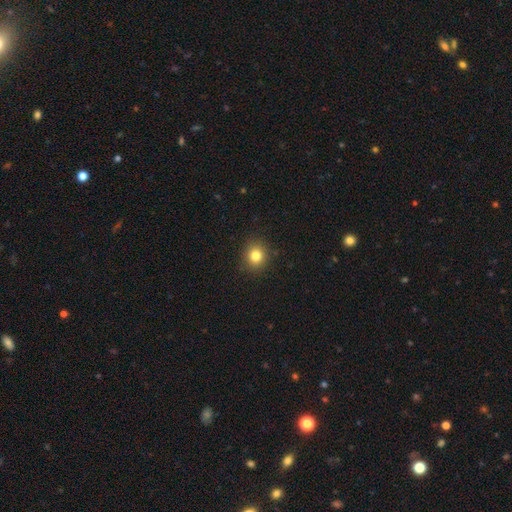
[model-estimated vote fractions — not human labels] Smooth or featured: smooth — 82% (star or artifact — 12%)
How rounded: round — 82% (in between — 17%)
Merging: none — 90% (minor disturbance — 7%)